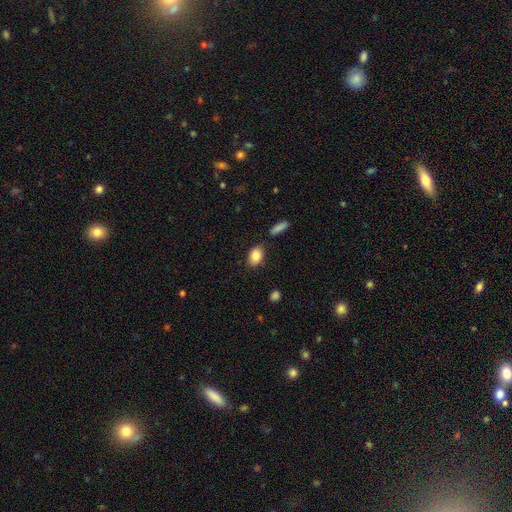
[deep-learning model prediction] Smooth or featured: smooth — 85% (featured or disk — 8%)
How rounded: in between — 84% (round — 14%)
Merging: none — 80% (minor disturbance — 13%)